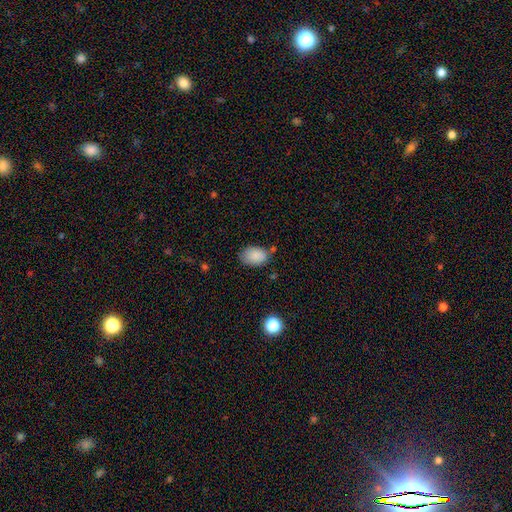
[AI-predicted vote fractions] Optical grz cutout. It shows a smooth galaxy with no disk features (87%) that is in between round and cigar-shaped (84%). Merging: none (68%).